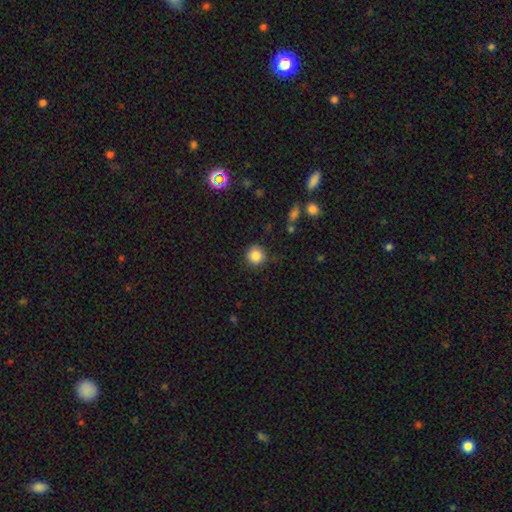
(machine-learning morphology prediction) smooth 86%, star or artifact 10%, featured or disk 4%. Down the decision tree: how rounded — round (93%); merging — none (84%).